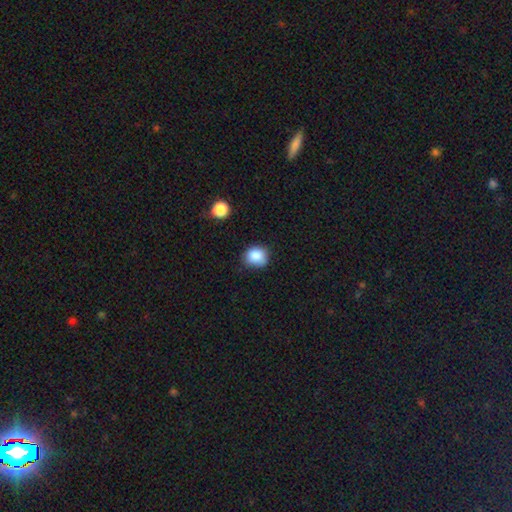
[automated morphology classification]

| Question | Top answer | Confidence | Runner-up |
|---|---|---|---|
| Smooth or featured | smooth | 85% | star or artifact (10%) |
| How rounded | round | 75% | in between (24%) |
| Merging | none | 69% | minor disturbance (23%) |